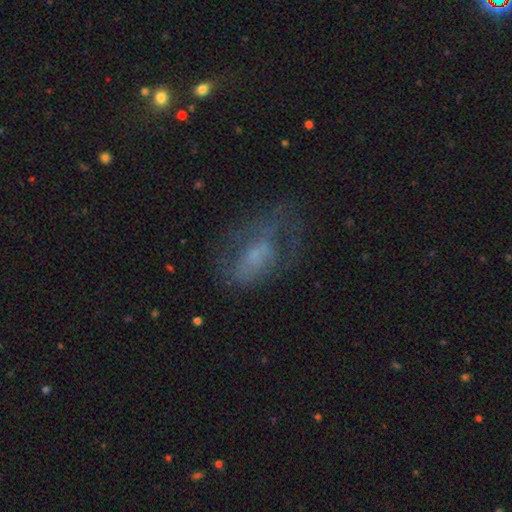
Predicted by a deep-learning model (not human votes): featured or disk 47%, smooth 38%, star or artifact 15%. Down the decision tree: merging — none (41%).